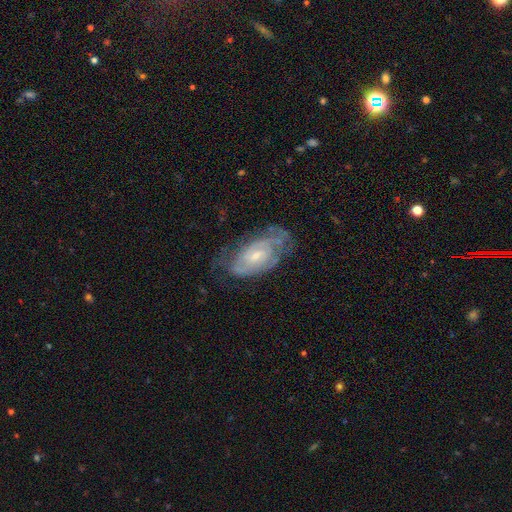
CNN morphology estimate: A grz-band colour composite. It shows a featured or disk galaxy (79%) with no bar (51%), 2 (42%) tight (55%) spiral arms (88%) and a small central bulge (64%). Merging: none (59%).